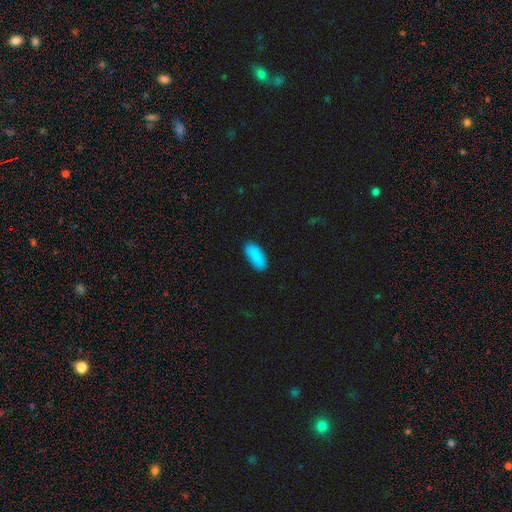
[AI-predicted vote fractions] This is clearly a smooth galaxy (89%). How rounded: clearly in between (84%). Merging: clearly none (86%).